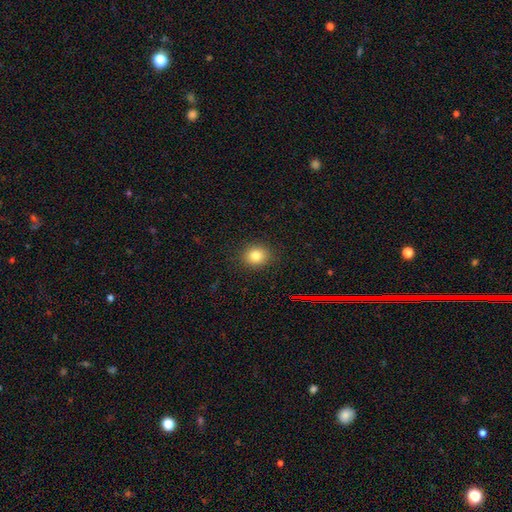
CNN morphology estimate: Overall: smooth (81%). How rounded: round (74%). Merging: none (88%).